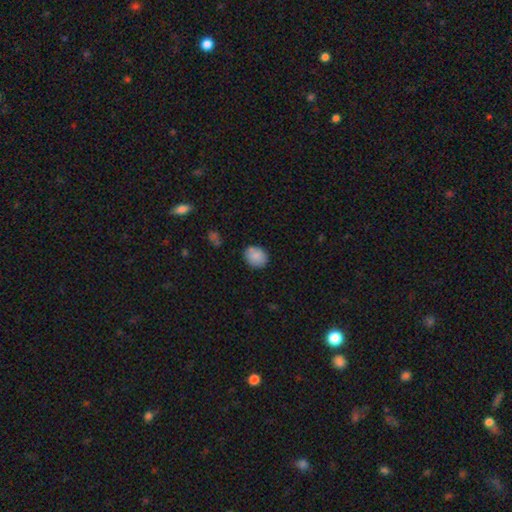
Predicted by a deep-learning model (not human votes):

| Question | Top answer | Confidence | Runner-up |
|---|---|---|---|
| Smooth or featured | smooth | 86% | star or artifact (8%) |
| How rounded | round | 54% | in between (45%) |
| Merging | none | 82% | minor disturbance (13%) |